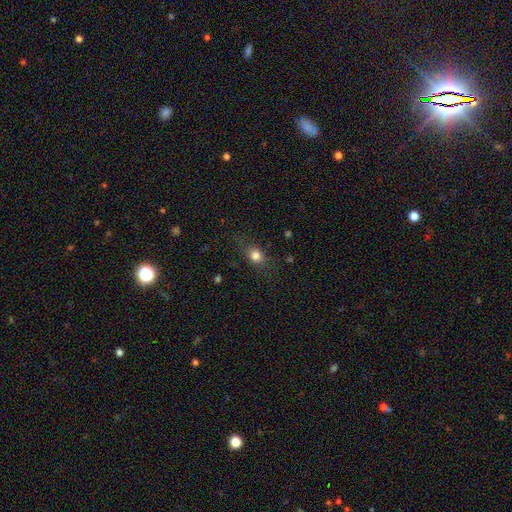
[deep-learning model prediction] Overall: smooth (76%). How rounded: round (54%; in between 41%). Merging: none (75%).